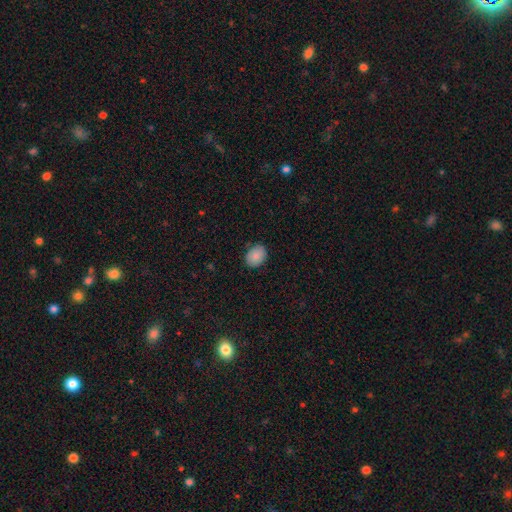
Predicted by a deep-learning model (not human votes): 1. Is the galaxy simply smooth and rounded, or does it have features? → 87% smooth, 7% star or artifact, 5% featured or disk.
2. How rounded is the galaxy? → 60% in between, 40% round, 1% cigar-shaped.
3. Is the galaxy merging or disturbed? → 86% none, 11% minor disturbance, 2% major disturbance, 1% merger.